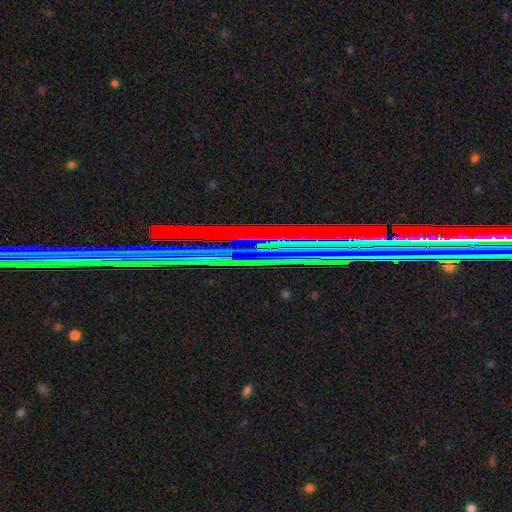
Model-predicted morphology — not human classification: smooth_or_featured: star or artifact (p=0.78) [alt: featured or disk p=0.14]